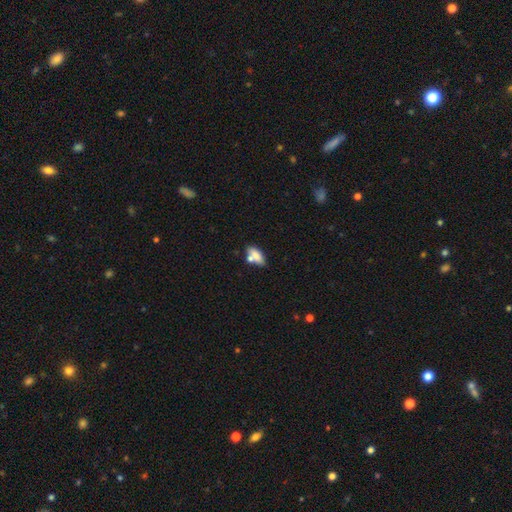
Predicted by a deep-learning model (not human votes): smooth_or_featured: smooth (p=0.75) [alt: featured or disk p=0.17]
how_rounded: in between (p=0.79) [alt: cigar-shaped p=0.16]
merging: none (p=0.51) [alt: merger p=0.28]